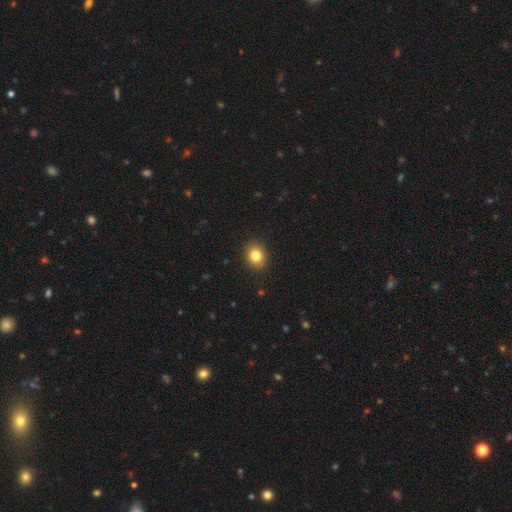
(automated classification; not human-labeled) A smooth galaxy with no disk features (83%) that is round (57%).

Vote fractions:
- Smooth or featured? smooth: 83% / star or artifact: 10% / featured or disk: 7%
- How rounded? round: 57% / in between: 43% / cigar-shaped: 1%
- Merging? none: 90% / minor disturbance: 8% / major disturbance: 2% / merger: 1%